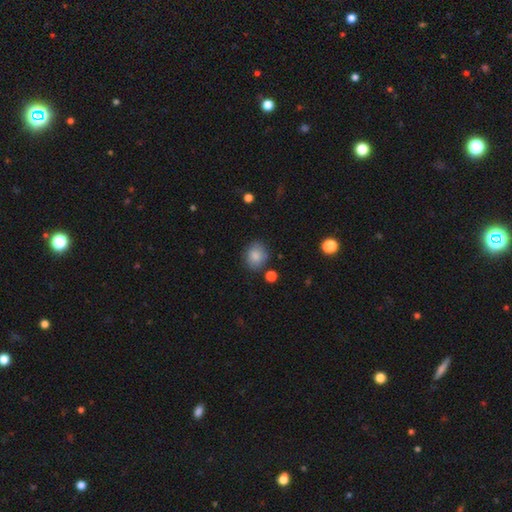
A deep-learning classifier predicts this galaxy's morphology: smooth-or-featured: smooth: 84% | star or artifact: 8% | featured or disk: 8%
  how-rounded: round: 65% | in between: 34% | cigar-shaped: 1%
  merging: none: 80% | minor disturbance: 13% | merger: 4% | major disturbance: 3%